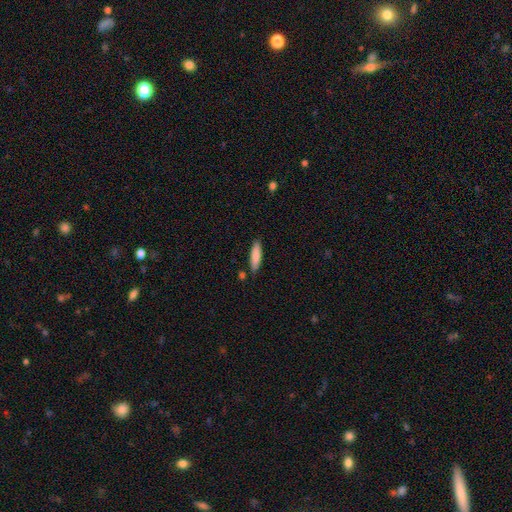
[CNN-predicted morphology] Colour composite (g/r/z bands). It shows a smooth galaxy with no disk features (85%) that is cigar-shaped (73%). Merging: none (84%).